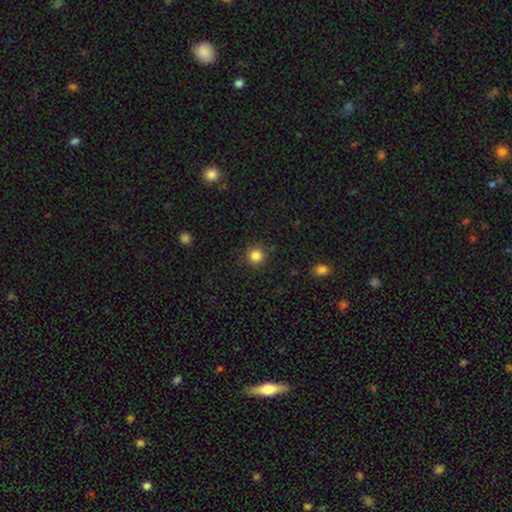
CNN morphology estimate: Smooth or featured? smooth (85%)
How rounded? round (94%)
Merging? none (88%)